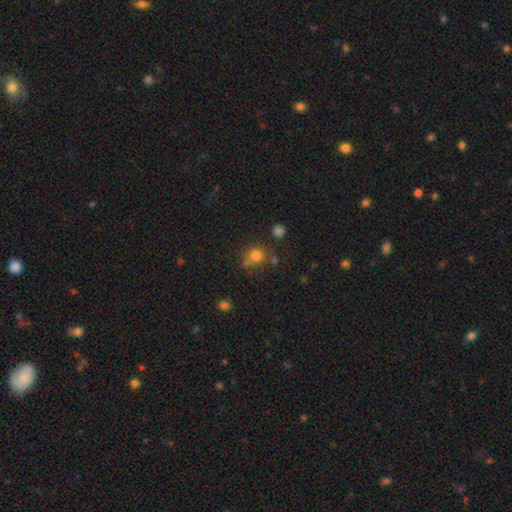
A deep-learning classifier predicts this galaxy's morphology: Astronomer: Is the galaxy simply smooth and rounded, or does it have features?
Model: smooth — 77%.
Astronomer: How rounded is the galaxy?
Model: round — 85%.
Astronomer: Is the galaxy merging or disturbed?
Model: none — 64%.